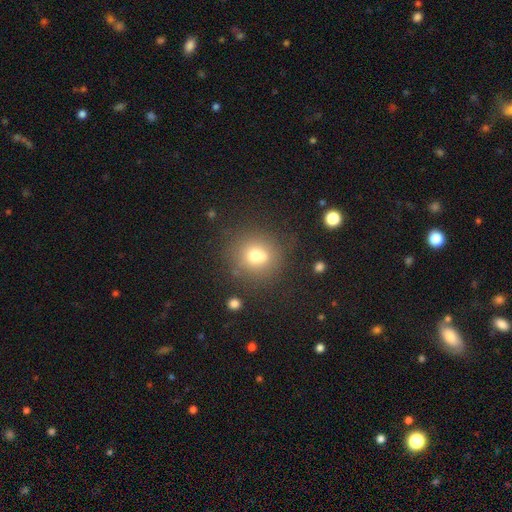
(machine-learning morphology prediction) smooth-or-featured: smooth: 68% | featured or disk: 17% | star or artifact: 14%
  how-rounded: round: 83% | in between: 15% | cigar-shaped: 1%
  merging: none: 62% | merger: 19% | minor disturbance: 14% | major disturbance: 6%